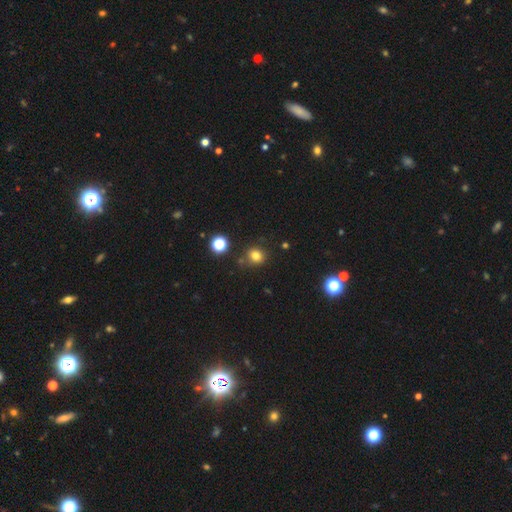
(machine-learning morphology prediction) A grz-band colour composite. It shows a smooth galaxy with no disk features (78%) that is round (80%). Merging: none (80%).